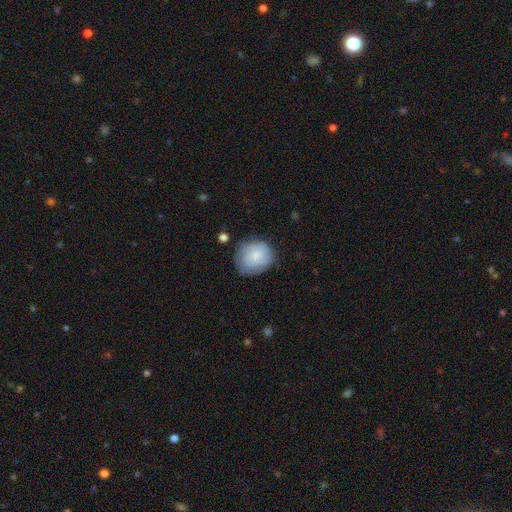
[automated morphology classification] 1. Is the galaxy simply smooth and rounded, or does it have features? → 75% smooth, 18% featured or disk, 7% star or artifact.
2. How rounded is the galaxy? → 77% round, 22% in between, 1% cigar-shaped.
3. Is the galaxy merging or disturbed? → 67% none, 24% minor disturbance, 7% major disturbance, 2% merger.